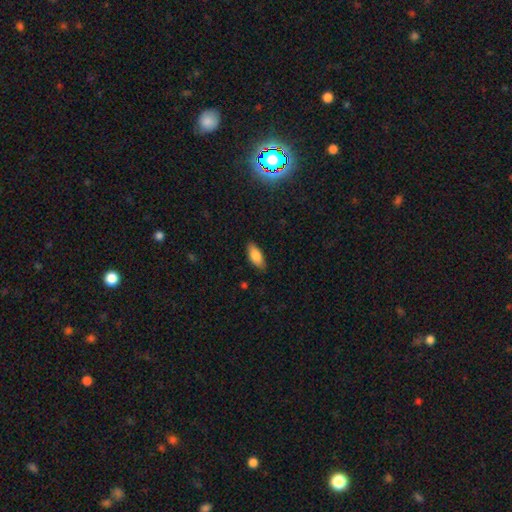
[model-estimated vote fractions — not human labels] Smooth or featured: smooth — 83% (featured or disk — 10%)
How rounded: in between — 83% (cigar-shaped — 14%)
Merging: none — 84% (minor disturbance — 13%)